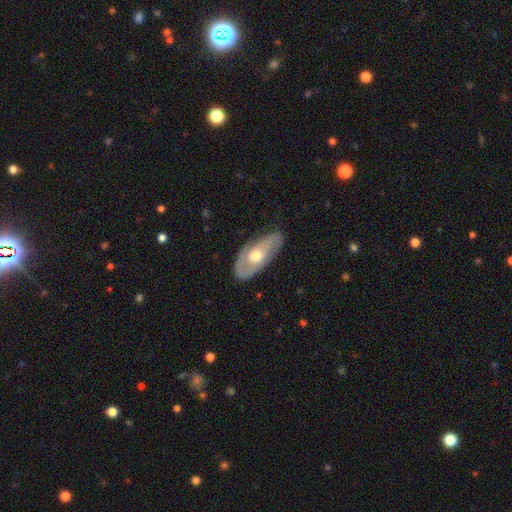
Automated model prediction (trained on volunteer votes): This appears to be a featured or disk galaxy (54%). Merging: none (76%).